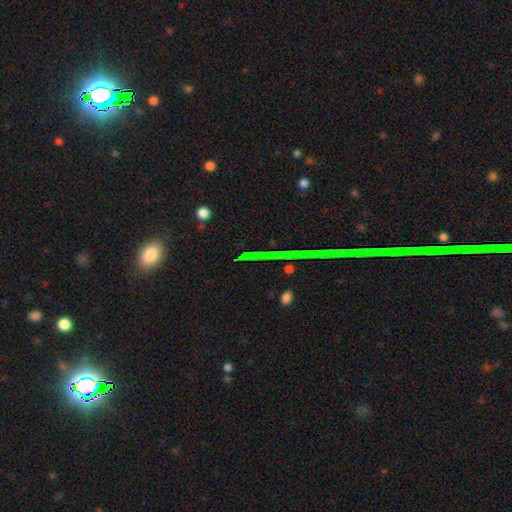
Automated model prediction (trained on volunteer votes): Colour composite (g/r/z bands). It shows a star or artifact, not a galaxy (63%).